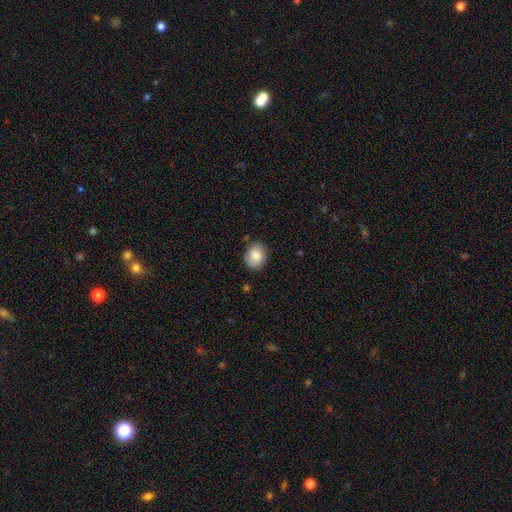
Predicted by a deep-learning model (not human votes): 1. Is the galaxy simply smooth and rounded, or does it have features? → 81% smooth, 11% featured or disk, 7% star or artifact.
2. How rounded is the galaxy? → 53% round, 46% in between, 1% cigar-shaped.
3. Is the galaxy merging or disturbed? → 81% none, 15% minor disturbance, 3% major disturbance, 1% merger.